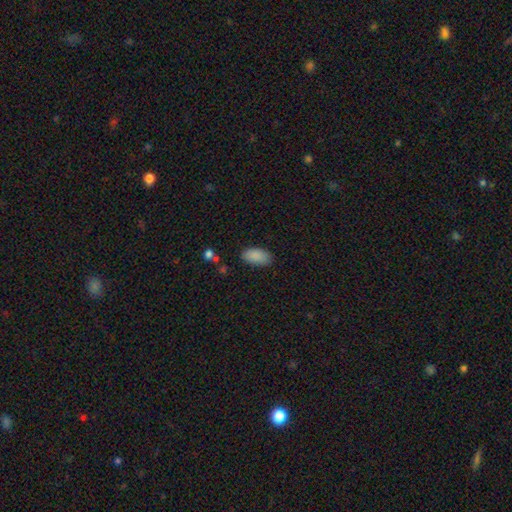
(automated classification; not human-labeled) This appears to be a smooth galaxy with no disk features (89%) that is in between round and cigar-shaped (94%). Merging: none (83%).